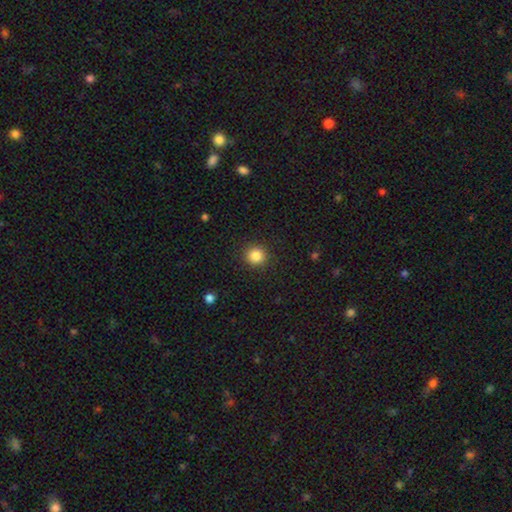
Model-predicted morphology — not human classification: A smooth galaxy with no disk features (85%) that is round (93%).

Vote fractions:
- Smooth or featured? smooth: 85% / star or artifact: 11% / featured or disk: 5%
- How rounded? round: 93% / in between: 6% / cigar-shaped: 1%
- Merging? none: 91% / minor disturbance: 6% / major disturbance: 2% / merger: 1%